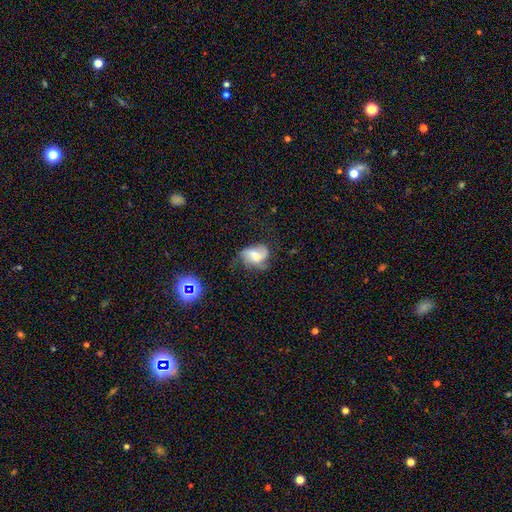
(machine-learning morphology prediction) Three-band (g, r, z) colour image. It shows a featured or disk galaxy (57%) with no bar (47%), spiral arms (82%) and a moderate central bulge (48%). Merging: none (44%).